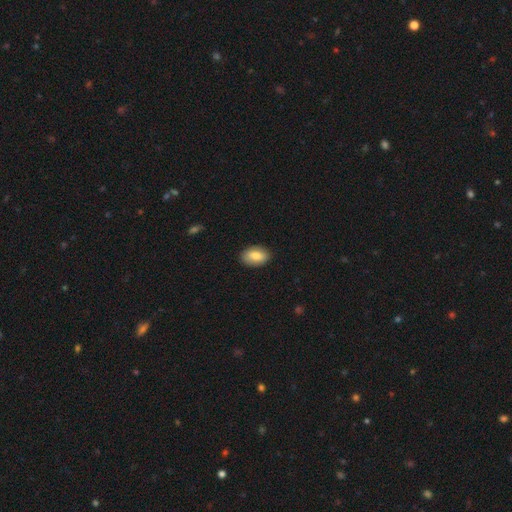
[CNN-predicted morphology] Smooth or featured: smooth — 81% (featured or disk — 12%)
How rounded: in between — 90% (round — 8%)
Merging: none — 87% (minor disturbance — 10%)